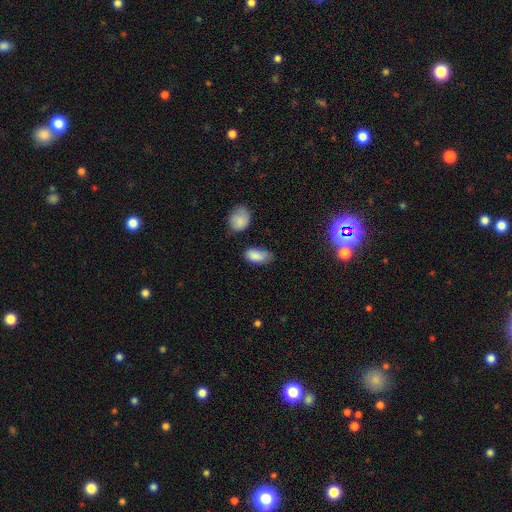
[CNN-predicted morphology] The model was most divided on "merging": none: 54%, minor disturbance: 34%, major disturbance: 8%, merger: 5%. More confident: how rounded — in between (92%); smooth or featured — smooth (86%).